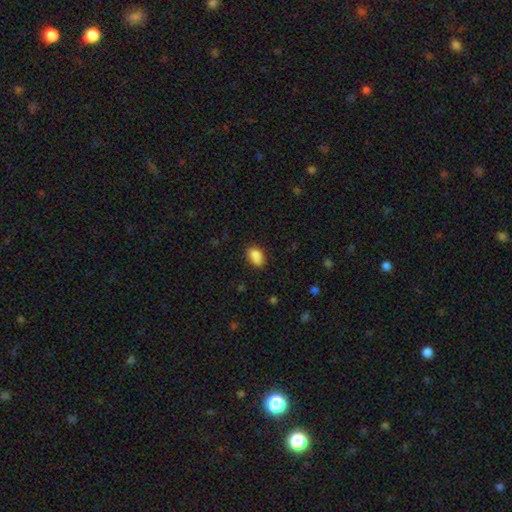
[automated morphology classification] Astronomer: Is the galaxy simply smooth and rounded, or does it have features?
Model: smooth — 81%.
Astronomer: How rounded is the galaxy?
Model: in between — 80%.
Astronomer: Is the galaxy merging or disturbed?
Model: none — 54%.